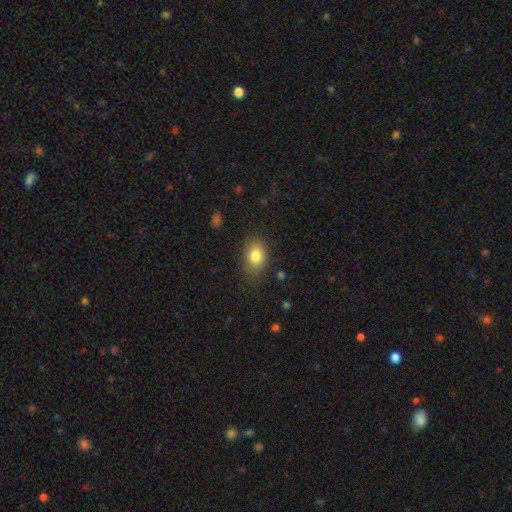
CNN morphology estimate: smooth 82%, star or artifact 9%, featured or disk 9%. Down the decision tree: how rounded — in between (76%); merging — none (79%).